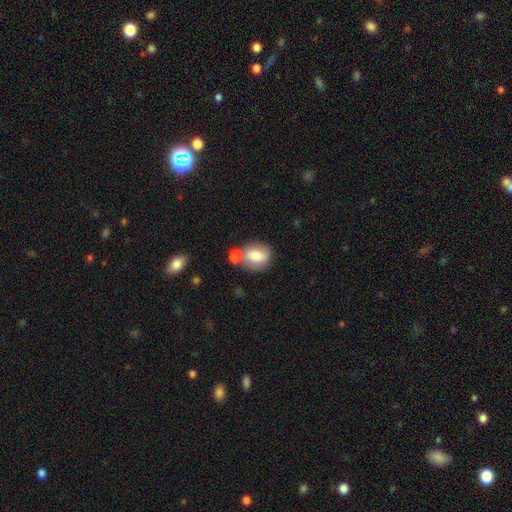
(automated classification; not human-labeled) This appears to be a smooth galaxy with no disk features (78%) that is in between round and cigar-shaped (56%). Merging: none (52%).